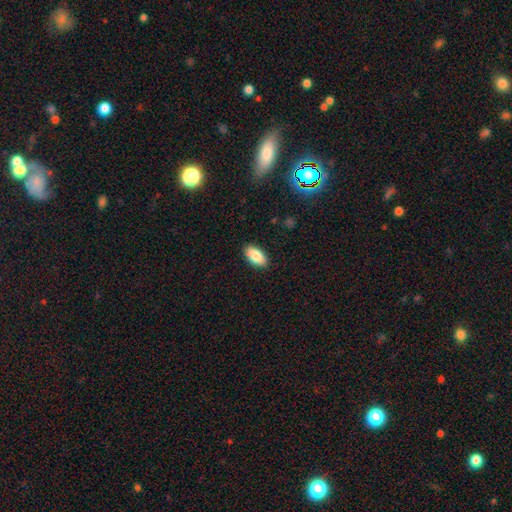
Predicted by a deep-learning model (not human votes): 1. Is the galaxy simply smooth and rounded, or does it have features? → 85% smooth, 8% featured or disk, 7% star or artifact.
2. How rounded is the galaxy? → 93% in between, 4% cigar-shaped, 3% round.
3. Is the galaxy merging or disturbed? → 89% none, 8% minor disturbance, 2% major disturbance, 1% merger.